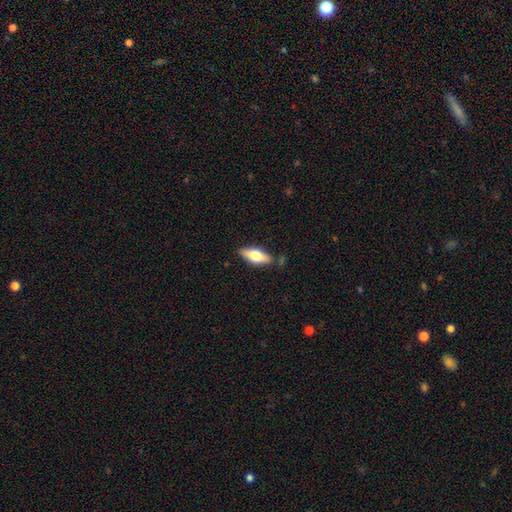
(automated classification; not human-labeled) Smooth or featured?
  - smooth: 61% *
  - featured or disk: 33%
  - star or artifact: 6%
How rounded?
  - in between: 72% *
  - cigar-shaped: 25%
  - round: 3%
Merging?
  - none: 80% *
  - minor disturbance: 14%
  - merger: 3%
  - major disturbance: 3%